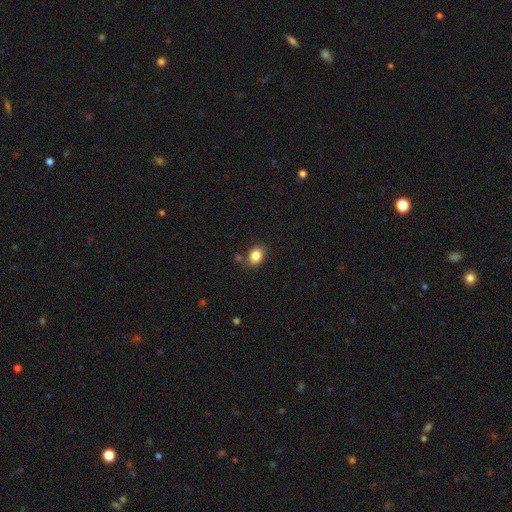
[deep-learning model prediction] This appears to be a smooth galaxy with no disk features (85%) that is in between round and cigar-shaped (64%). Merging: none (77%).